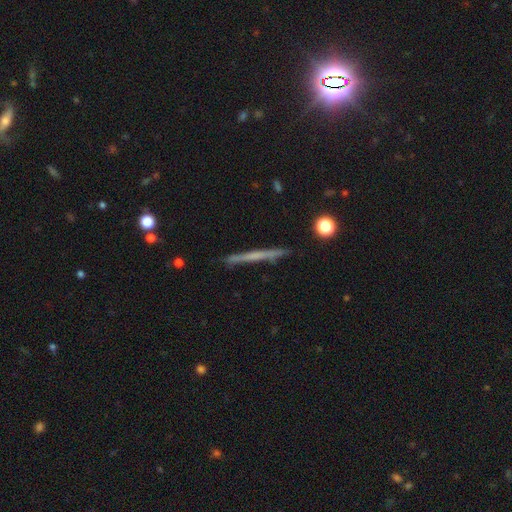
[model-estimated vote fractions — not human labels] Smooth or featured? Predicted: featured or disk (p=0.49). Merging? Predicted: none (p=0.90).